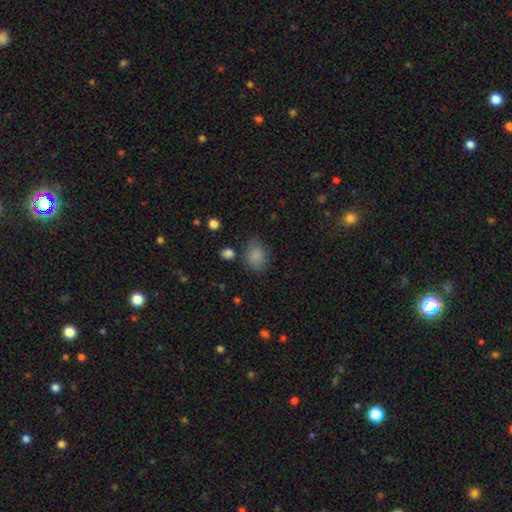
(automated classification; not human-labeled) Overall: smooth (84%). How rounded: in between (69%; round 30%). Merging: none (72%).